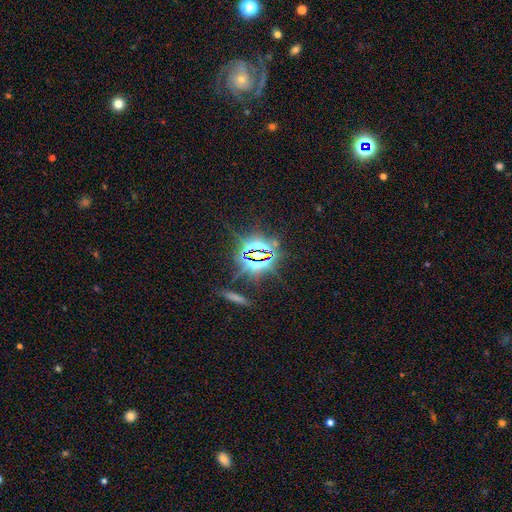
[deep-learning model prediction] This appears to be a star or artifact, not a galaxy (81%).